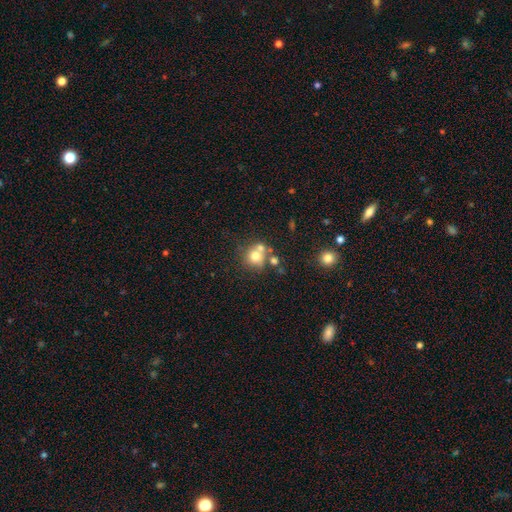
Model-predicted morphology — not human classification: A smooth galaxy with no disk features (70%) that is round (85%).

Vote fractions:
- Smooth or featured? smooth: 70% / featured or disk: 18% / star or artifact: 13%
- How rounded? round: 85% / in between: 14% / cigar-shaped: 1%
- Merging? none: 48% / merger: 36% / minor disturbance: 10% / major disturbance: 5%